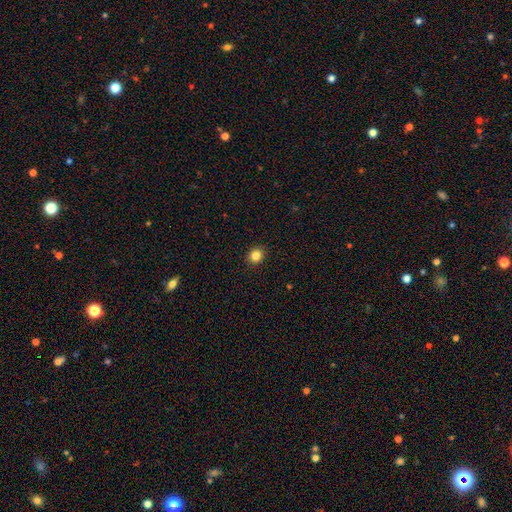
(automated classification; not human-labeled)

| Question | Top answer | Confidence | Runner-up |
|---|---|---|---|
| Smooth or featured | smooth | 84% | star or artifact (11%) |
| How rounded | round | 81% | in between (18%) |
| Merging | none | 92% | minor disturbance (6%) |